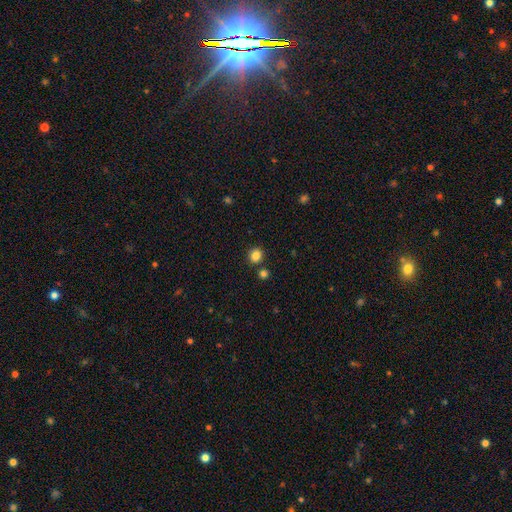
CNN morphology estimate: Smooth or featured?
  - smooth: 84% *
  - star or artifact: 12%
  - featured or disk: 4%
How rounded?
  - round: 74% *
  - in between: 25%
  - cigar-shaped: 1%
Merging?
  - none: 82% *
  - merger: 8%
  - minor disturbance: 8%
  - major disturbance: 2%